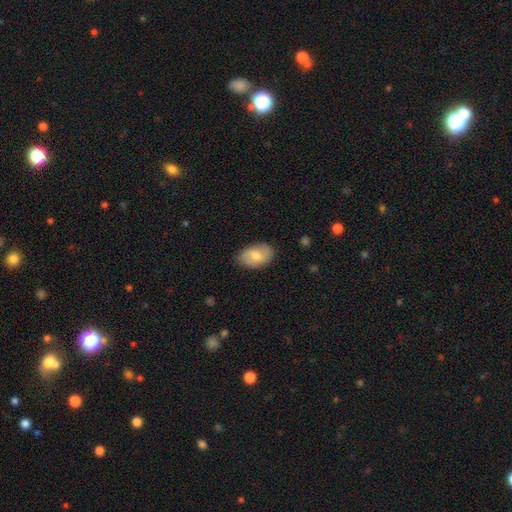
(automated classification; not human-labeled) Q: Smooth or featured?
A: smooth (63%); runner-up: featured or disk (31%)
Q: How rounded?
A: in between (89%); runner-up: round (9%)
Q: Merging?
A: none (79%); runner-up: minor disturbance (17%)